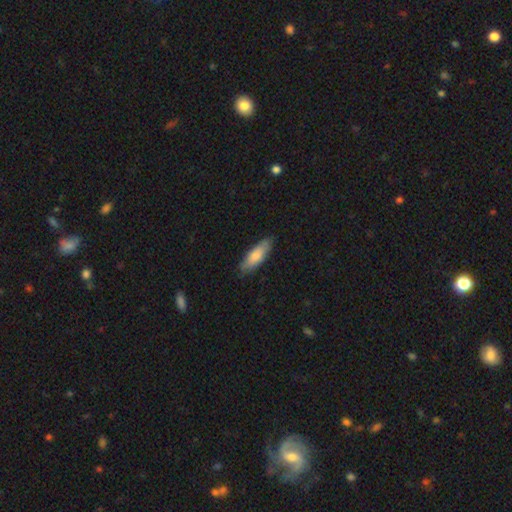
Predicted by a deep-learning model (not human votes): The model was most divided on "how rounded": in between: 58%, cigar-shaped: 40%, round: 2%. More confident: merging — none (81%); smooth or featured — smooth (78%).